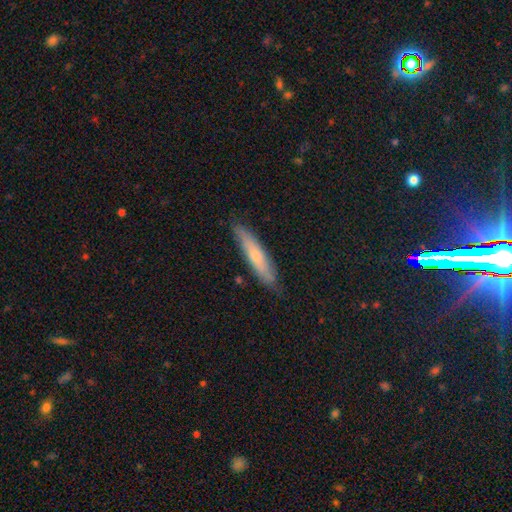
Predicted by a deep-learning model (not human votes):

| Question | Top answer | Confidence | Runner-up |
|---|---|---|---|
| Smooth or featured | smooth | 60% | featured or disk (34%) |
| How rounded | cigar-shaped | 86% | in between (13%) |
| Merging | none | 82% | minor disturbance (14%) |